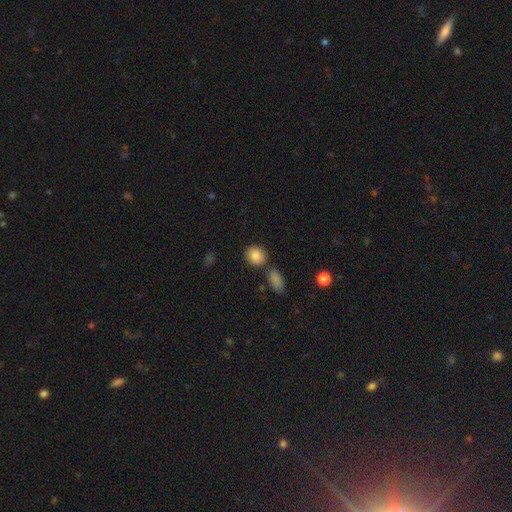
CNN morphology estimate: This is clearly a smooth galaxy (86%). How rounded: likely round (68%). Merging: likely none (75%).